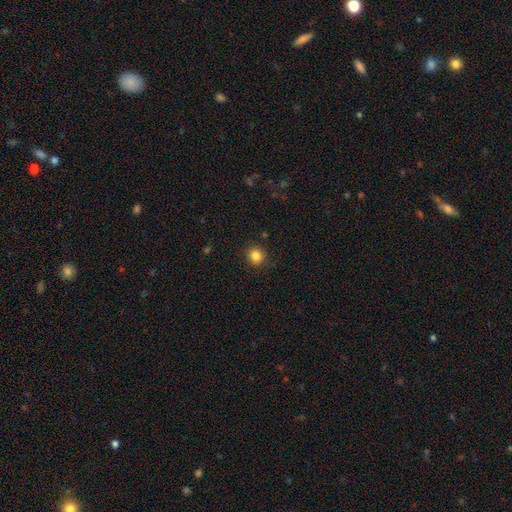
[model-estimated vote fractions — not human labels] Smooth or featured? smooth (84%)
How rounded? round (90%)
Merging? none (90%)